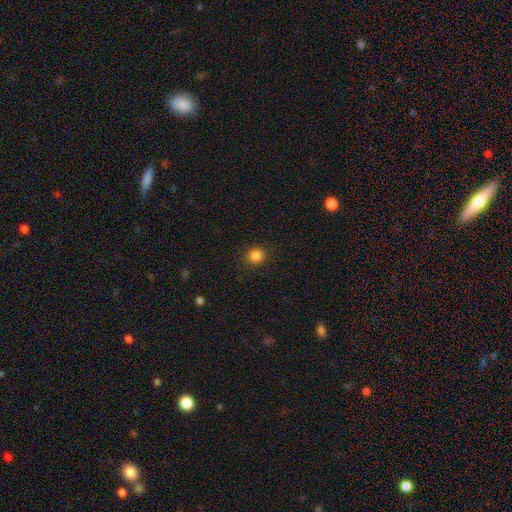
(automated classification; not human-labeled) Smooth or featured: smooth — 85% (star or artifact — 12%)
How rounded: round — 88% (in between — 11%)
Merging: none — 91% (minor disturbance — 6%)